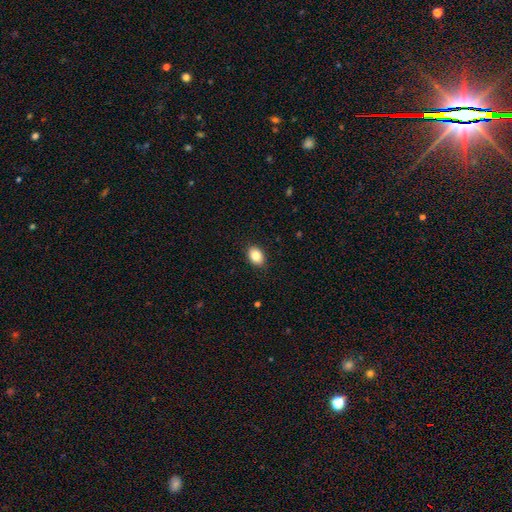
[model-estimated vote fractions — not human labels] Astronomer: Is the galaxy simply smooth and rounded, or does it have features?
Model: smooth — 86%.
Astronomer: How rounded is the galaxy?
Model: in between — 77%.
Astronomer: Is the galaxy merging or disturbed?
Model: none — 89%.